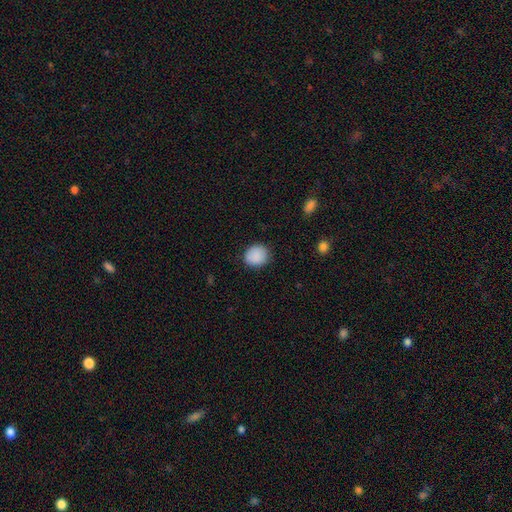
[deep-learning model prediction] Smooth or featured? Predicted: smooth (p=0.89). How rounded? Predicted: round (p=0.73). Merging? Predicted: none (p=0.85).